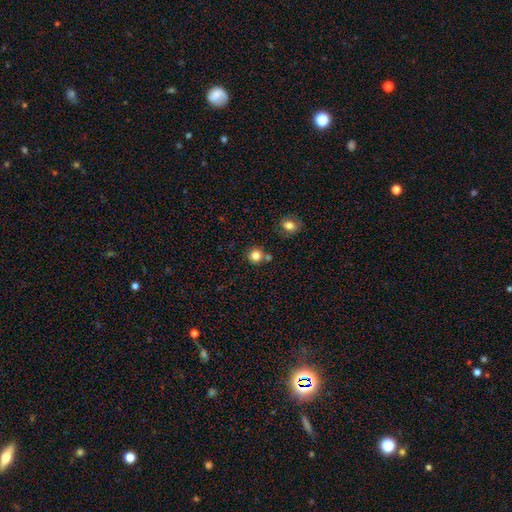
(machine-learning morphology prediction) smooth_or_featured: smooth (p=0.83) [alt: star or artifact p=0.11]
how_rounded: round (p=0.92) [alt: in between p=0.07]
merging: none (p=0.74) [alt: merger p=0.14]